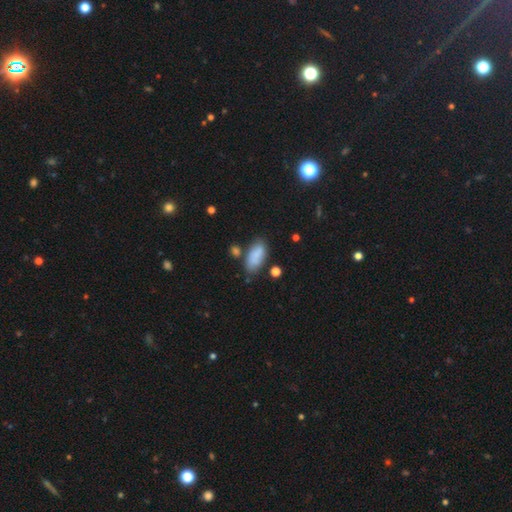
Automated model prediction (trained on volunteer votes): This is clearly a smooth galaxy (84%). How rounded: clearly in between (89%). Merging: likely none (65%).